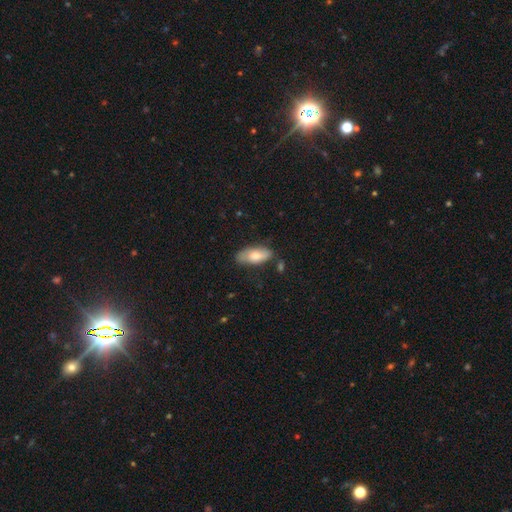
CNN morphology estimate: Smooth or featured?
  - smooth: 73% *
  - featured or disk: 21%
  - star or artifact: 6%
How rounded?
  - in between: 85% *
  - cigar-shaped: 12%
  - round: 3%
Merging?
  - none: 73% *
  - minor disturbance: 20%
  - major disturbance: 4%
  - merger: 3%